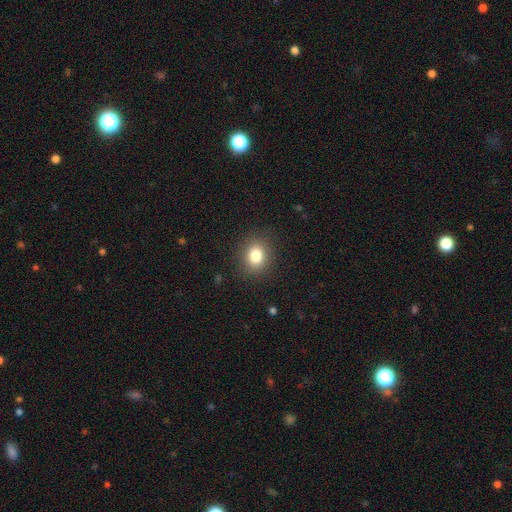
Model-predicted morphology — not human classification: Smooth or featured?
  - smooth: 82% *
  - star or artifact: 11%
  - featured or disk: 7%
How rounded?
  - round: 59% *
  - in between: 40%
  - cigar-shaped: 1%
Merging?
  - none: 88% *
  - minor disturbance: 8%
  - major disturbance: 3%
  - merger: 1%